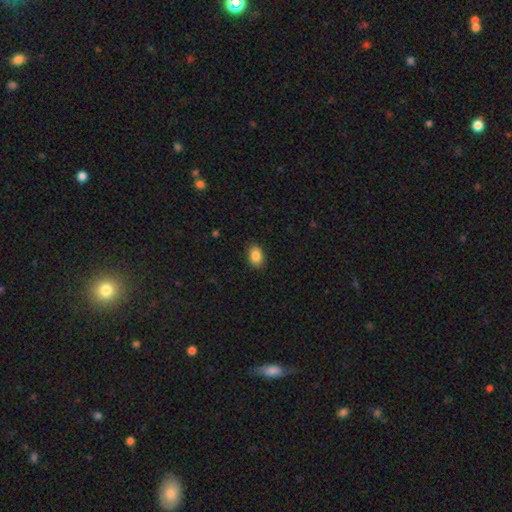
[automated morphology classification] A smooth galaxy with no disk features (87%) that is in between round and cigar-shaped (82%). Merging: none (88%).